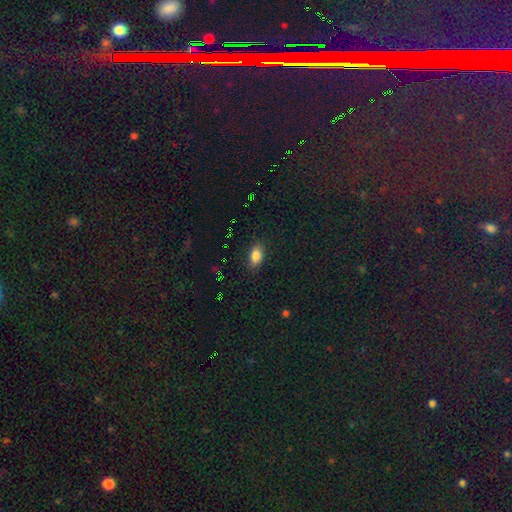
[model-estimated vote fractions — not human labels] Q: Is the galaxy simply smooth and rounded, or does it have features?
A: smooth — 79%.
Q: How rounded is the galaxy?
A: in between — 87%.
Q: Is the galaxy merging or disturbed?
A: none — 86%.